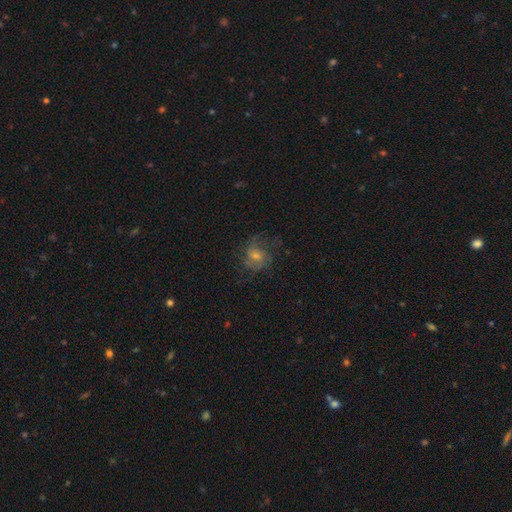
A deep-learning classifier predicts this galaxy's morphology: Smooth or featured? featured or disk (46%)
Merging? none (53%)